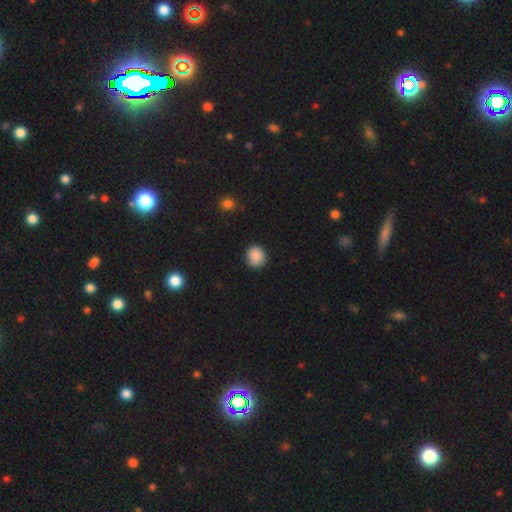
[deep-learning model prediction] Smooth or featured? Predicted: smooth (p=0.87). How rounded? Predicted: round (p=0.81). Merging? Predicted: none (p=0.83).